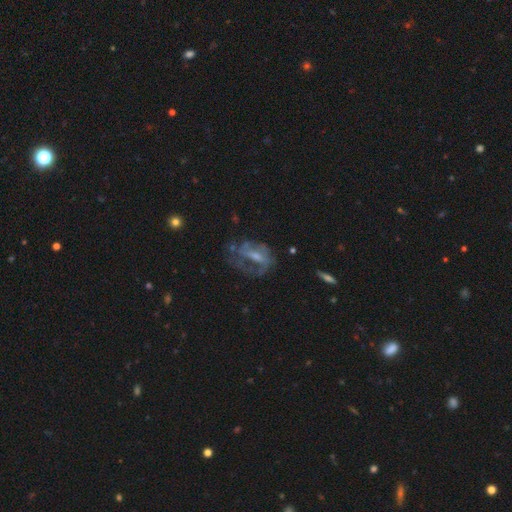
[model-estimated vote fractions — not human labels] Morphology: type=featured or disk (65%); edge-on=no (93%); bar=weak (40%); spiral arms=yes (53%); bulge=small (39%); merging=none (39%).